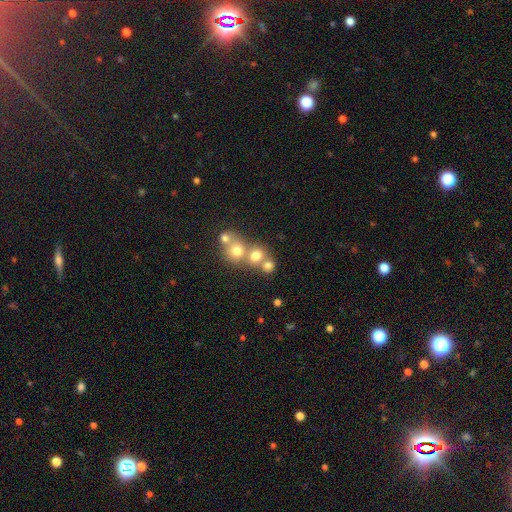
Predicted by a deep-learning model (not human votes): Morphology: type=smooth (69%); roundness=round (77%); merging=merger (49%).